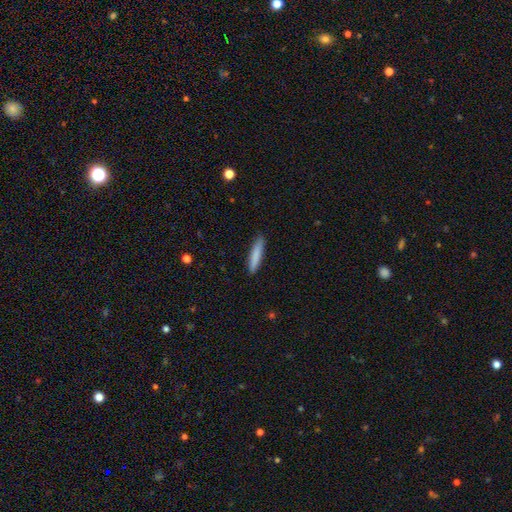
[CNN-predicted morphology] type=smooth (83%); roundness=cigar-shaped (90%); merging=none (89%).